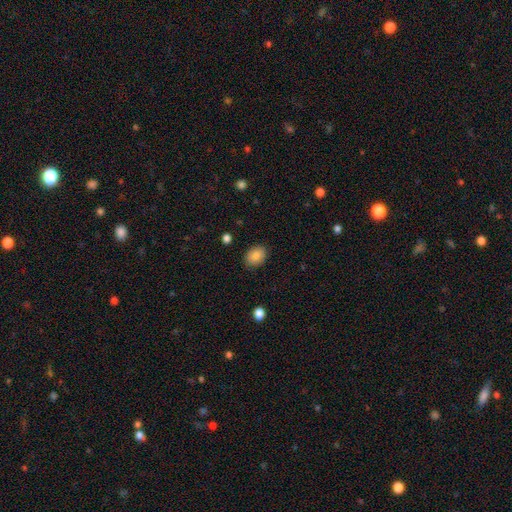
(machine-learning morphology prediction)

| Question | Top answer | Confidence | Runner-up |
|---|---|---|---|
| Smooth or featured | smooth | 86% | star or artifact (8%) |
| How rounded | in between | 67% | round (32%) |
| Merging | none | 87% | minor disturbance (10%) |